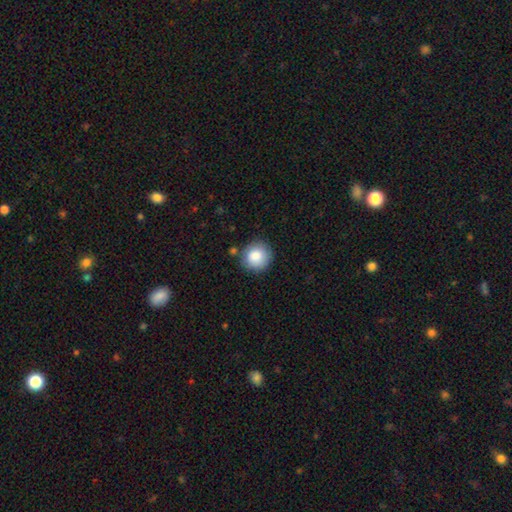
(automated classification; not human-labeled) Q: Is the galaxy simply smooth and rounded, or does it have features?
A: smooth — 85%.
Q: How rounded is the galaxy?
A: round — 92%.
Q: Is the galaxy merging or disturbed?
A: none — 83%.